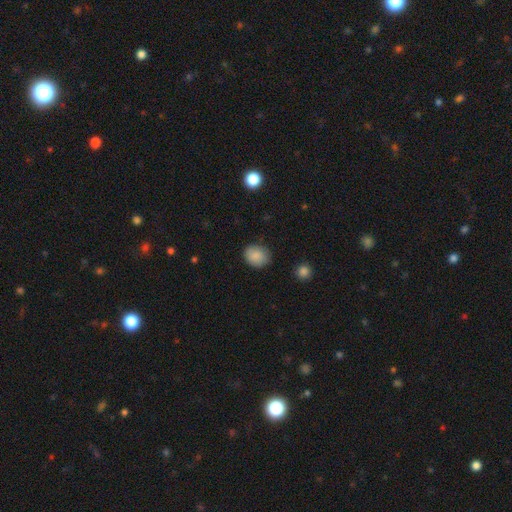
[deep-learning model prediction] Smooth or featured? smooth (88%)
How rounded? round (66%)
Merging? none (83%)